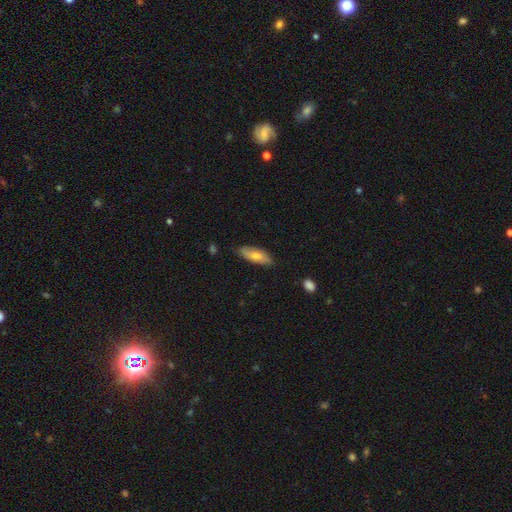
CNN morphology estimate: Smooth or featured?
  - smooth: 67% *
  - featured or disk: 27%
  - star or artifact: 6%
How rounded?
  - in between: 70% *
  - cigar-shaped: 28%
  - round: 2%
Merging?
  - none: 82% *
  - minor disturbance: 14%
  - major disturbance: 2%
  - merger: 1%